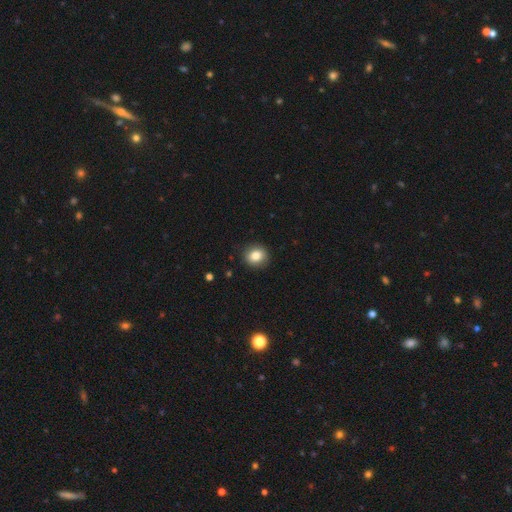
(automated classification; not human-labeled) The model was most divided on "how rounded": round: 79%, in between: 20%, cigar-shaped: 1%. More confident: merging — none (89%); smooth or featured — smooth (83%).